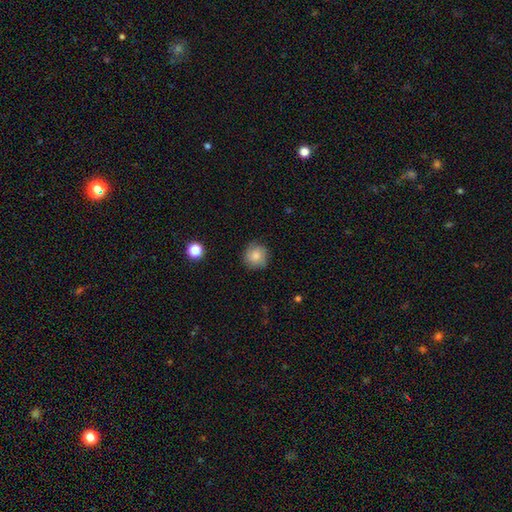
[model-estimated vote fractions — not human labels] This appears to be a smooth galaxy with no disk features (79%) that is round (91%). Merging: none (82%).